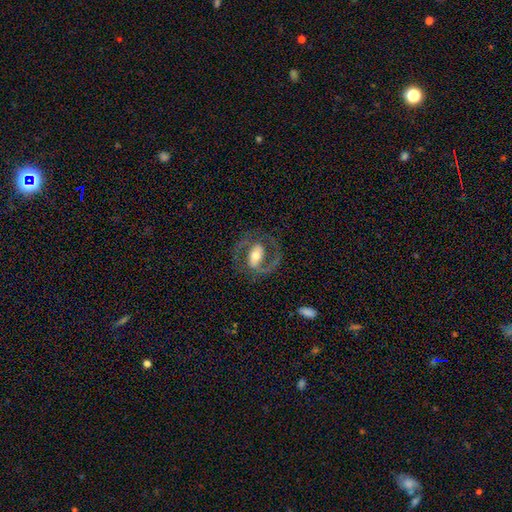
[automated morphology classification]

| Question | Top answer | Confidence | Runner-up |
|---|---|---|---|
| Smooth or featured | featured or disk | 83% | smooth (12%) |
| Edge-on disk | no | 96% | yes (4%) |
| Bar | strong | 42% | weak (35%) |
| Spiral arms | yes | 90% | no (10%) |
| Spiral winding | medium | 58% | tight (24%) |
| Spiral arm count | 2 | 86% | 1 (7%) |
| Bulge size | moderate | 64% | small (19%) |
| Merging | none | 74% | minor disturbance (13%) |